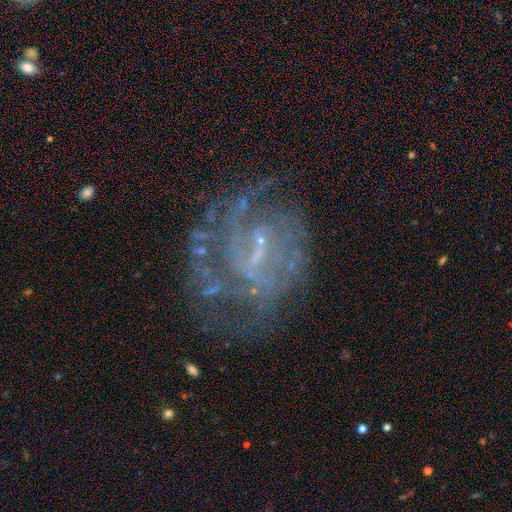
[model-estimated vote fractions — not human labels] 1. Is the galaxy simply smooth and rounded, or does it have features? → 78% featured or disk, 12% star or artifact, 10% smooth.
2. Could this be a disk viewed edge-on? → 98% no, 2% yes.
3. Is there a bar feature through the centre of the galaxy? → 51% weak, 30% no, 18% strong.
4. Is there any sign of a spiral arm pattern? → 77% yes, 23% no.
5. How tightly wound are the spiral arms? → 46% tight, 37% medium, 17% loose.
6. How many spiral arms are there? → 46% can't tell, 22% 2, 12% 3, 7% 1, 6% 4, 5% more than 4.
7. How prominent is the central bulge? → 54% small, 31% none, 12% moderate, 1% large, 1% dominant.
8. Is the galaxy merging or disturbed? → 57% none, 21% major disturbance, 19% minor disturbance, 3% merger.